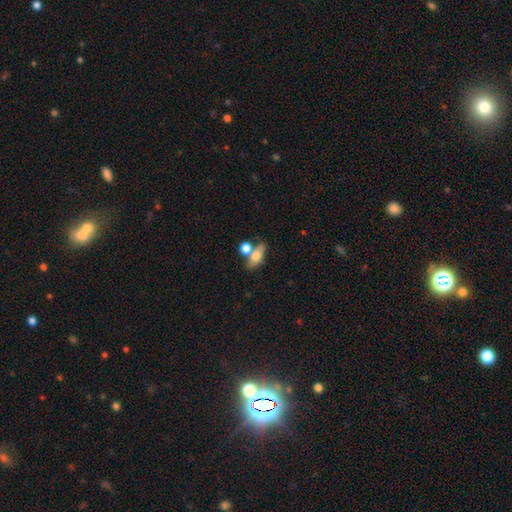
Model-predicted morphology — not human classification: Q: Smooth or featured?
A: smooth (64%); runner-up: featured or disk (27%)
Q: How rounded?
A: in between (70%); runner-up: round (16%)
Q: Merging?
A: none (46%); runner-up: merger (35%)